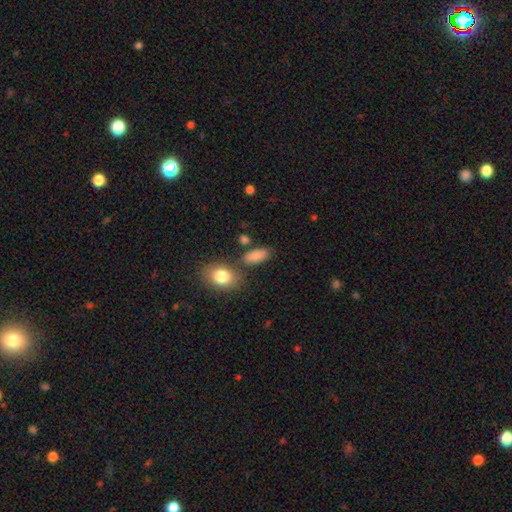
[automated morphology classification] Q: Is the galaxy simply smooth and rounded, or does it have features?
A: smooth — 85%.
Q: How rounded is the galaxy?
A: in between — 86%.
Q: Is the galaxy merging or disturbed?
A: none — 74%.